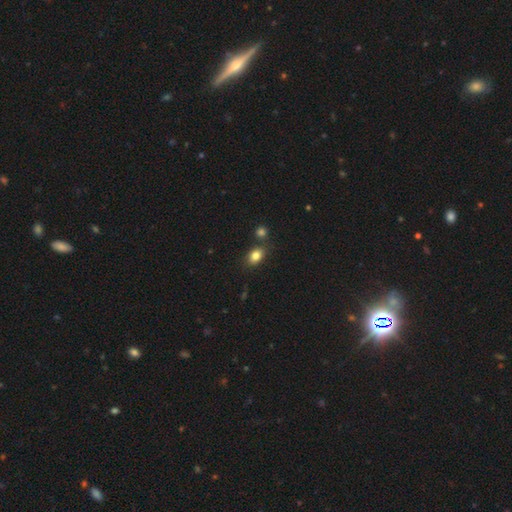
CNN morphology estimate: smooth-or-featured: smooth: 82% | star or artifact: 10% | featured or disk: 8%
  how-rounded: in between: 73% | round: 26% | cigar-shaped: 2%
  merging: none: 72% | merger: 13% | minor disturbance: 12% | major disturbance: 3%